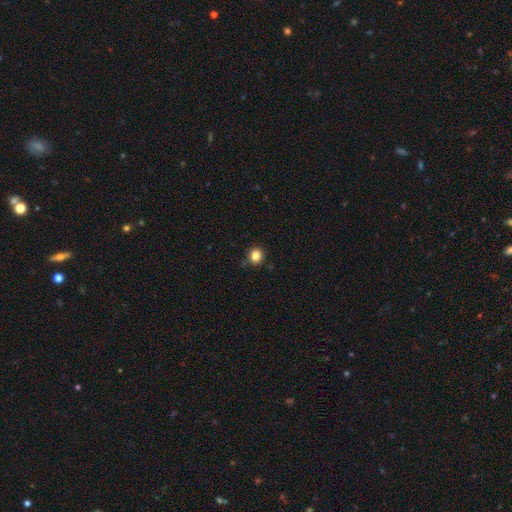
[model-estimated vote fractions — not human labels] smooth_or_featured: smooth (p=0.85) [alt: star or artifact p=0.11]
how_rounded: round (p=0.88) [alt: in between p=0.11]
merging: none (p=0.85) [alt: minor disturbance p=0.11]